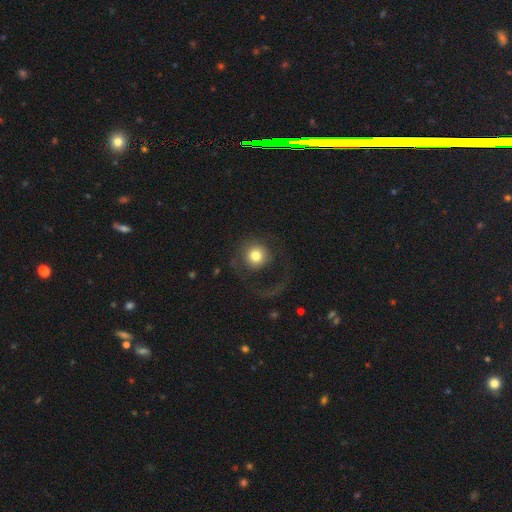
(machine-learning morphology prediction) Smooth or featured? smooth (69%)
How rounded? round (93%)
Merging? none (47%)